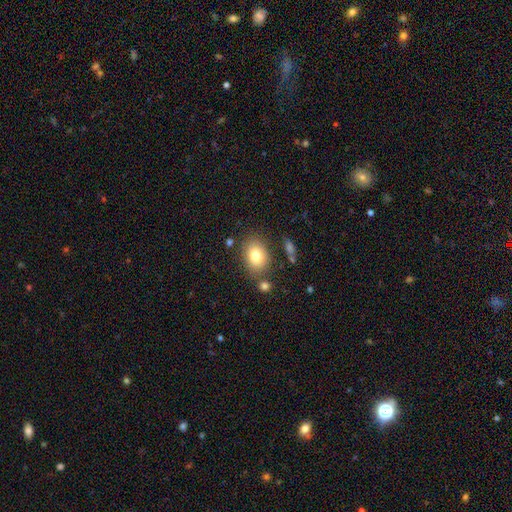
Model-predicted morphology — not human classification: Smooth or featured: smooth — 79% (featured or disk — 11%)
How rounded: in between — 71% (round — 28%)
Merging: none — 76% (minor disturbance — 13%)